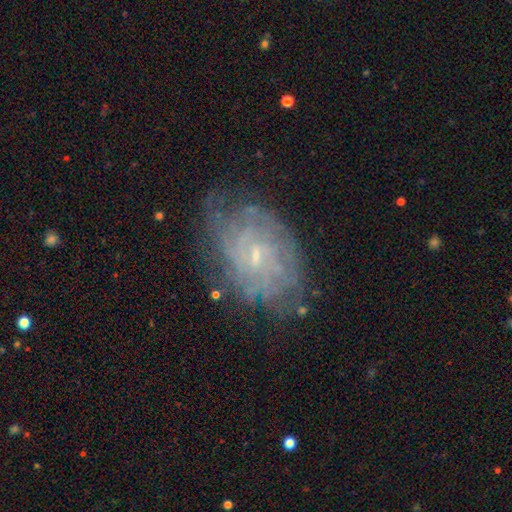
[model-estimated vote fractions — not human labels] A featured or disk galaxy (77%) with a weak bar (47%), tight (66%) spiral arms (86%) and a small central bulge (78%). Merging: none (67%).